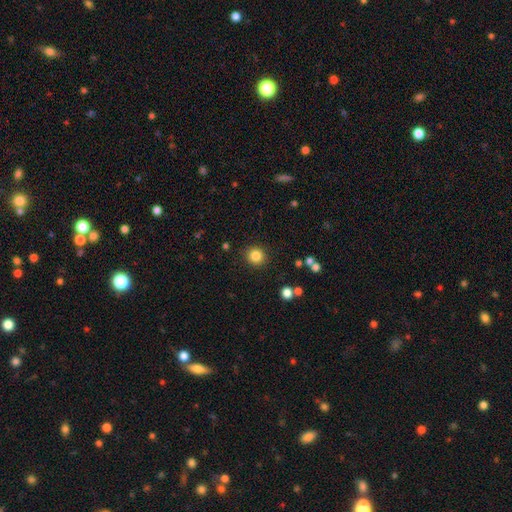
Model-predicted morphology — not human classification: Smooth or featured: smooth — 84% (star or artifact — 11%)
How rounded: round — 92% (in between — 7%)
Merging: none — 90% (minor disturbance — 6%)